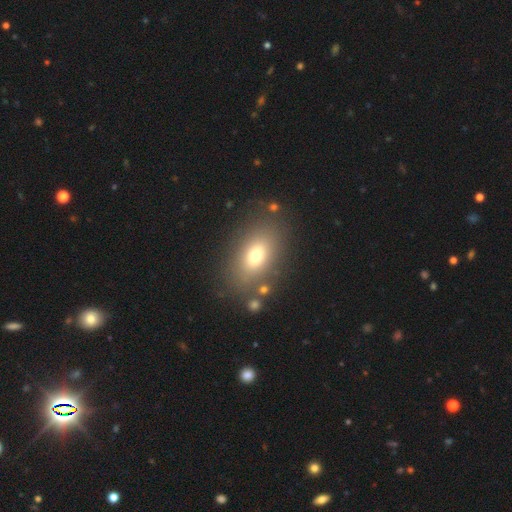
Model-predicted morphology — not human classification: Smooth or featured: smooth — 71% (featured or disk — 17%)
How rounded: in between — 82% (round — 15%)
Merging: none — 80% (minor disturbance — 10%)